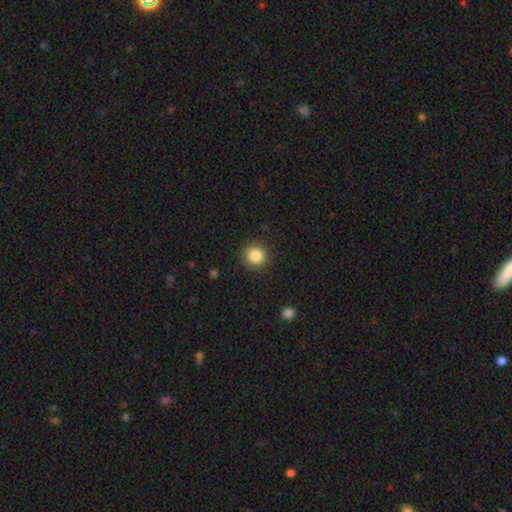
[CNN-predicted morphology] smooth_or_featured: smooth (p=0.85) [alt: star or artifact p=0.10]
how_rounded: round (p=0.93) [alt: in between p=0.06]
merging: none (p=0.90) [alt: minor disturbance p=0.07]